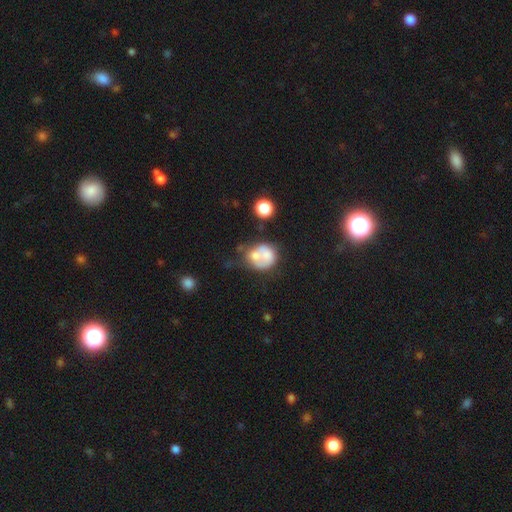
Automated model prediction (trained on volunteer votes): Smooth or featured: smooth — 58% (featured or disk — 32%)
How rounded: round — 67% (in between — 32%)
Merging: merger — 41% (none — 26%)